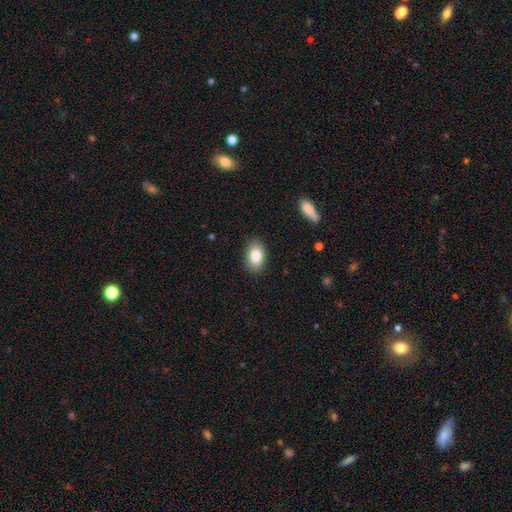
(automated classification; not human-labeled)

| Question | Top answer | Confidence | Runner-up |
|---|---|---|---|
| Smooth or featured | smooth | 84% | featured or disk (8%) |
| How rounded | in between | 89% | round (10%) |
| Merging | none | 87% | minor disturbance (9%) |